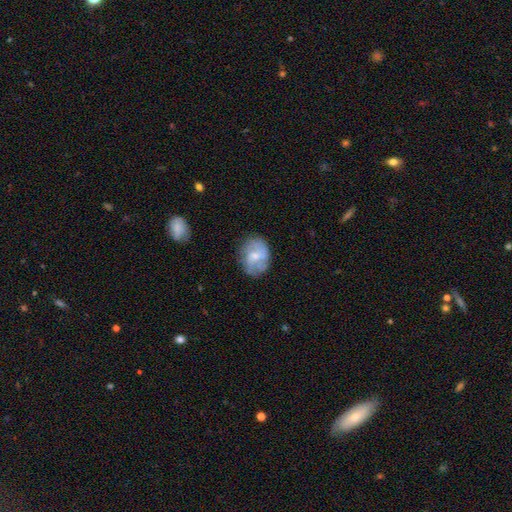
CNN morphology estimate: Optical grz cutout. It shows a featured or disk galaxy (48%). Merging: none (68%).